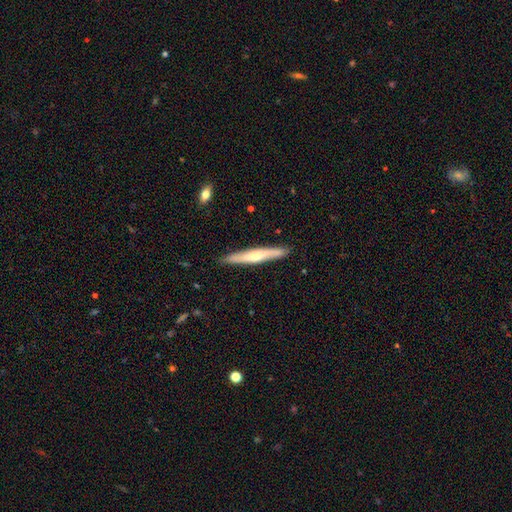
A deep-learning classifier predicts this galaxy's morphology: Smooth or featured: smooth — 48% (featured or disk — 47%)
Merging: none — 88% (minor disturbance — 9%)